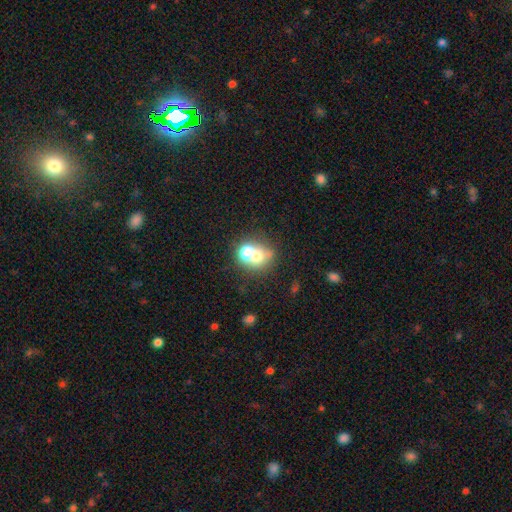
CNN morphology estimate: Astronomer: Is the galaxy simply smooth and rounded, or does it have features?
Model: smooth — 63%.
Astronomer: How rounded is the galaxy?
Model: round — 69%.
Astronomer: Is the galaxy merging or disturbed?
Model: merger — 57%.